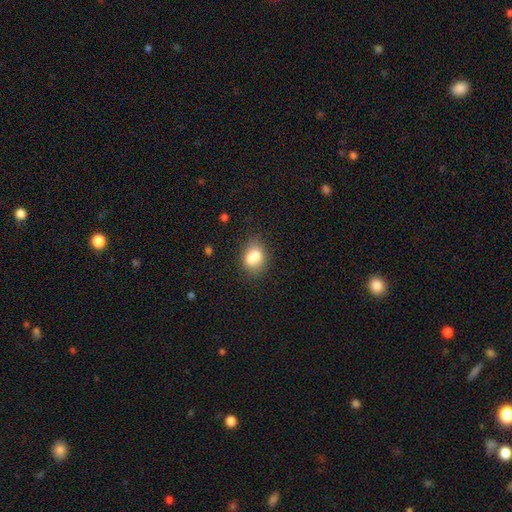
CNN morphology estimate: Q: Smooth or featured?
A: smooth (73%); runner-up: featured or disk (17%)
Q: How rounded?
A: in between (62%); runner-up: round (37%)
Q: Merging?
A: none (44%); runner-up: merger (35%)